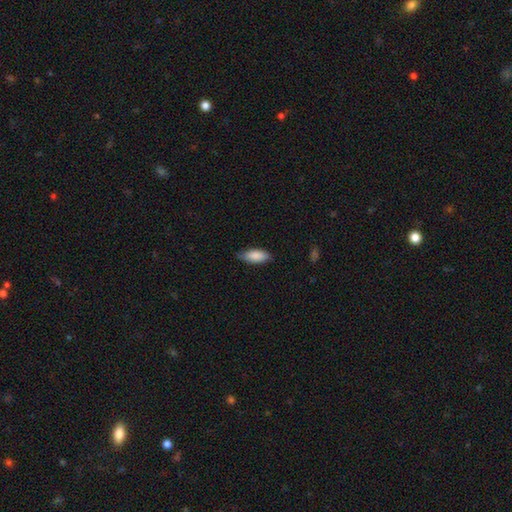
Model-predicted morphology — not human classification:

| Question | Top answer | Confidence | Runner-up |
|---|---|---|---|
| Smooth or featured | smooth | 86% | featured or disk (8%) |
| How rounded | in between | 82% | cigar-shaped (16%) |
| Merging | none | 74% | minor disturbance (22%) |